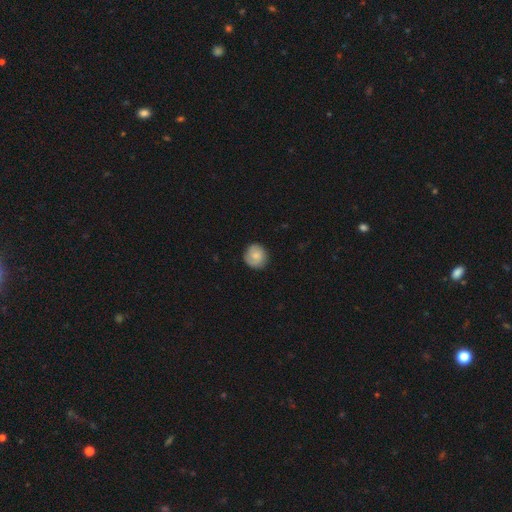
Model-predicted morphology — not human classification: A smooth galaxy with no disk features (76%) that is round (90%).

Vote fractions:
- Smooth or featured? smooth: 76% / featured or disk: 17% / star or artifact: 7%
- How rounded? round: 90% / in between: 9% / cigar-shaped: 1%
- Merging? none: 83% / minor disturbance: 13% / major disturbance: 3% / merger: 1%